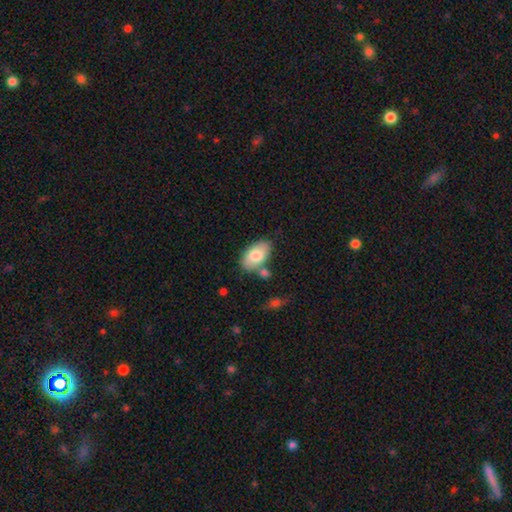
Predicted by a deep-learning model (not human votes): smooth_or_featured: smooth (p=0.77) [alt: featured or disk p=0.17]
how_rounded: in between (p=0.94) [alt: round p=0.04]
merging: none (p=0.69) [alt: minor disturbance p=0.16]